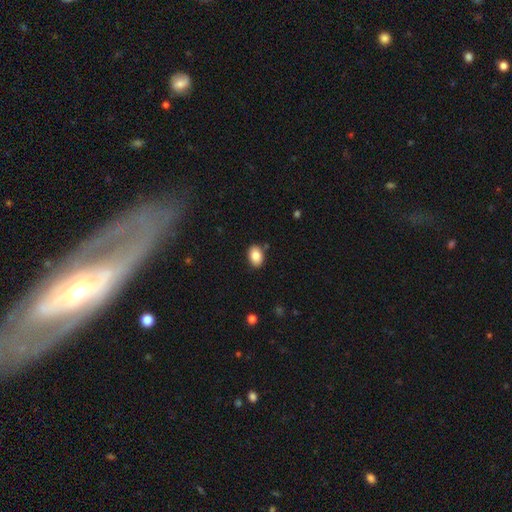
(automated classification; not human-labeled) A smooth galaxy with no disk features (86%) that is in between round and cigar-shaped (84%). Merging: none (86%).